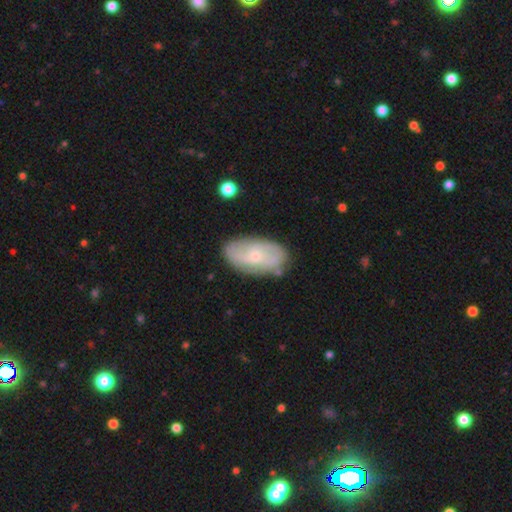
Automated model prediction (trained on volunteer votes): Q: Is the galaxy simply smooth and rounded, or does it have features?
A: featured or disk — 57%.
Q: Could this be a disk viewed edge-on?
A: no — 94%.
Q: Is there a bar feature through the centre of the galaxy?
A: no — 72%.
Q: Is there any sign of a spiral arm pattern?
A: yes — 73%.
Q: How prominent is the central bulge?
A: small — 74%.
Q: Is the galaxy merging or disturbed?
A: none — 76%.